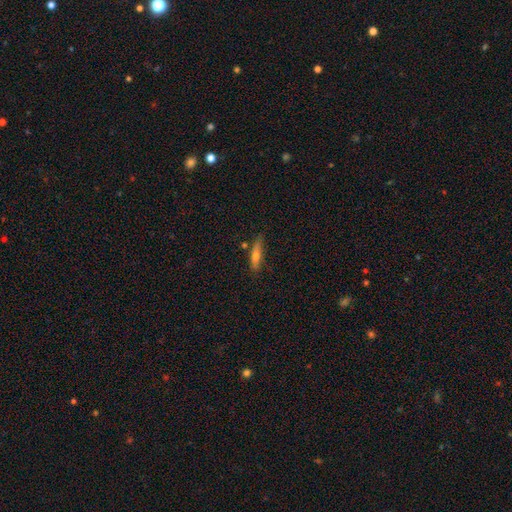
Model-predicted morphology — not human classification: Q: Smooth or featured?
A: smooth (57%); runner-up: featured or disk (35%)
Q: How rounded?
A: cigar-shaped (76%); runner-up: in between (21%)
Q: Merging?
A: none (72%); runner-up: minor disturbance (19%)